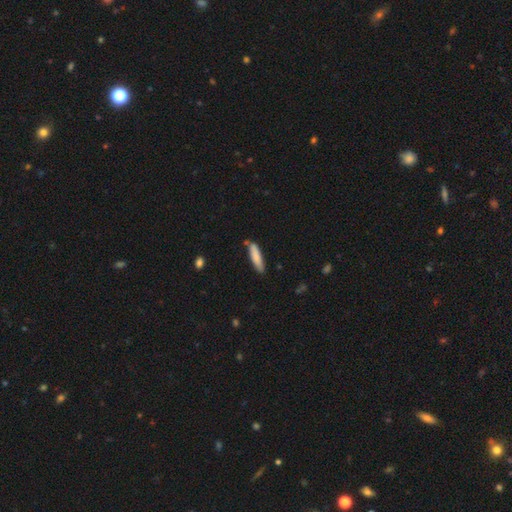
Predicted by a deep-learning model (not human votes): Overall: smooth (83%). How rounded: cigar-shaped (79%). Merging: none (78%).